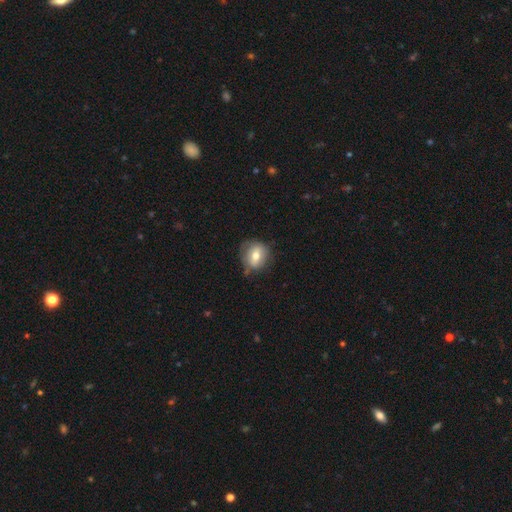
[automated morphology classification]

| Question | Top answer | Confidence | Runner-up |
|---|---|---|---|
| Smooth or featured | smooth | 66% | featured or disk (26%) |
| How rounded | round | 74% | in between (24%) |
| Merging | none | 69% | minor disturbance (22%) |